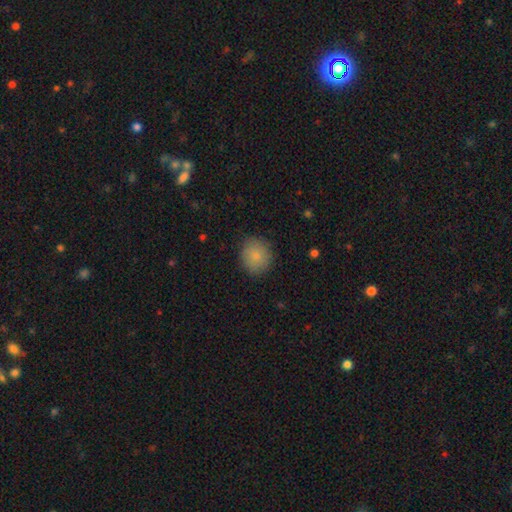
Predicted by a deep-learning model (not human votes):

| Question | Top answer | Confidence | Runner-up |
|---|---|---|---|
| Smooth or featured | smooth | 84% | star or artifact (8%) |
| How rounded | round | 81% | in between (18%) |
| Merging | none | 86% | minor disturbance (10%) |